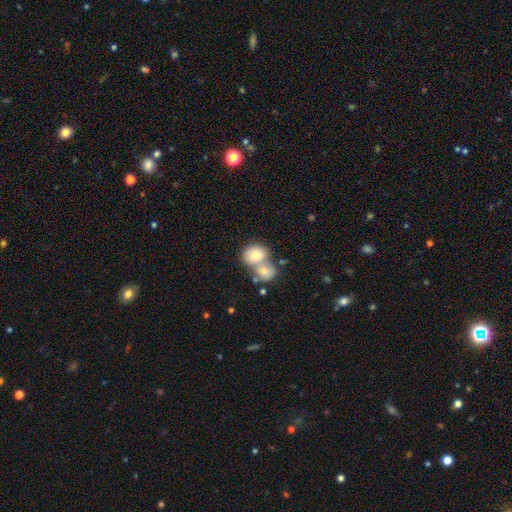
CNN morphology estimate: Smooth or featured?
  - smooth: 76% *
  - featured or disk: 15%
  - star or artifact: 9%
How rounded?
  - round: 57% *
  - in between: 41%
  - cigar-shaped: 1%
Merging?
  - merger: 65% *
  - none: 25%
  - minor disturbance: 7%
  - major disturbance: 3%